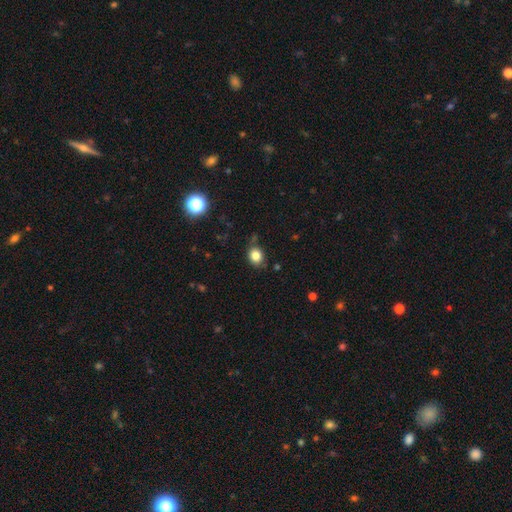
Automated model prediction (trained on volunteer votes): Smooth or featured? smooth (82%)
How rounded? round (58%)
Merging? none (78%)